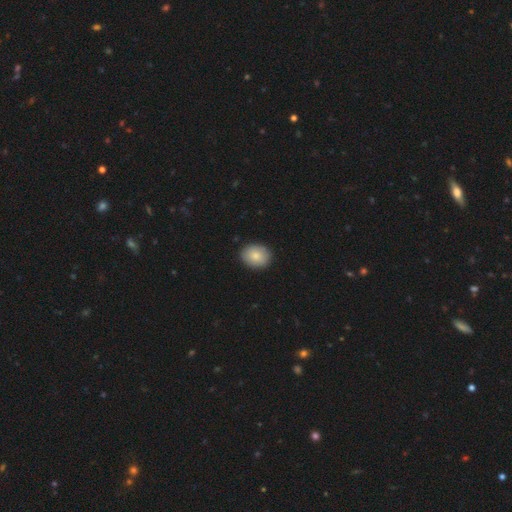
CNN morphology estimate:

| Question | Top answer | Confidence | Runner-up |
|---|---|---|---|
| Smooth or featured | smooth | 85% | featured or disk (8%) |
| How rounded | in between | 50% | round (49%) |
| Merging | none | 90% | minor disturbance (8%) |